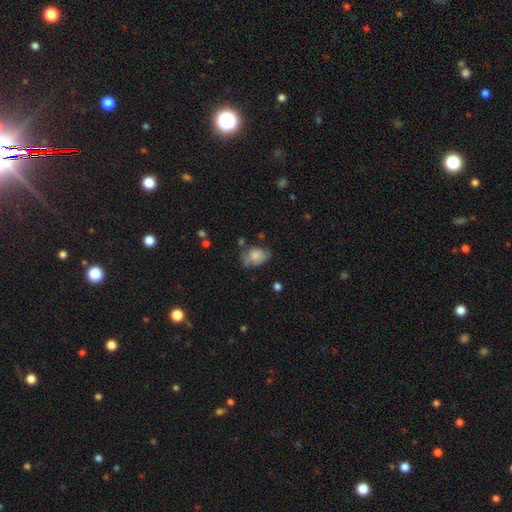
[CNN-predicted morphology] smooth_or_featured: smooth (p=0.74) [alt: featured or disk p=0.18]
how_rounded: in between (p=0.76) [alt: round p=0.23]
merging: none (p=0.49) [alt: minor disturbance p=0.33]